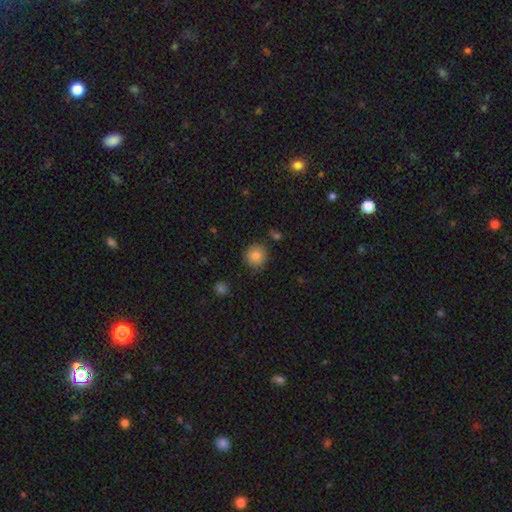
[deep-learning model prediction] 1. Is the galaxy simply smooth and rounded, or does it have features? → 83% smooth, 10% star or artifact, 8% featured or disk.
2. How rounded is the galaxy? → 92% round, 8% in between, 1% cigar-shaped.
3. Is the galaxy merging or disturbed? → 86% none, 9% minor disturbance, 3% merger, 2% major disturbance.